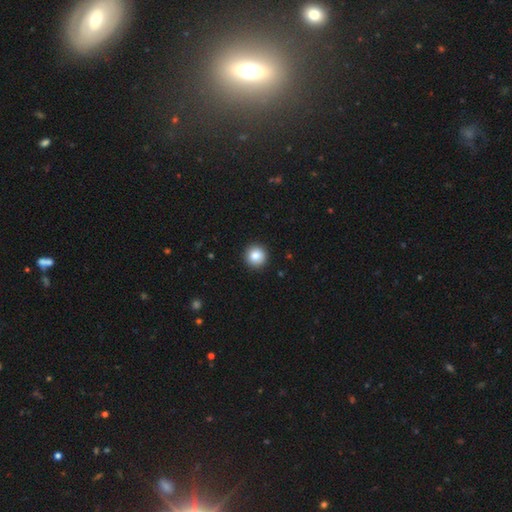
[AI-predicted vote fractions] A smooth galaxy with no disk features (87%) that is round (95%). Merging: none (93%).